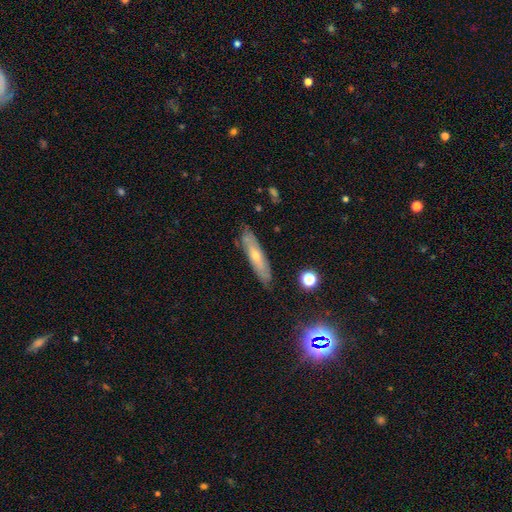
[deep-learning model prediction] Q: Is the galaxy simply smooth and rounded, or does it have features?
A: featured or disk — 51%.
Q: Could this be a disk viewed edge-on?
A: yes — 55%.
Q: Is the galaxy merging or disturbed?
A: none — 83%.